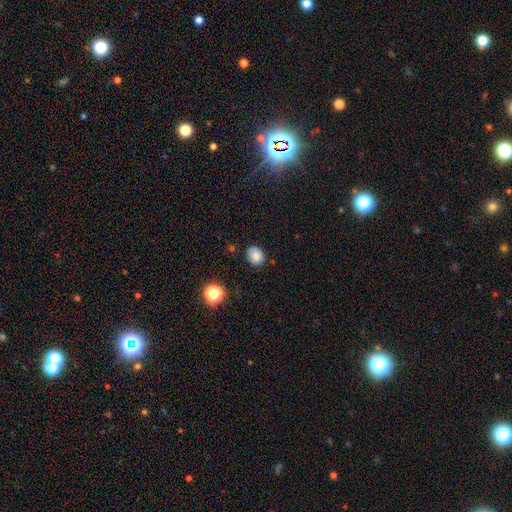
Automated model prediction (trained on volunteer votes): Overall: smooth (83%). How rounded: in between (53%; round 46%). Merging: none (79%).